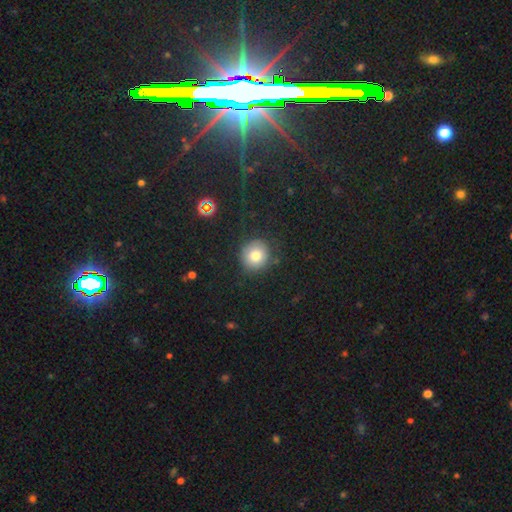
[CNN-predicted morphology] type=smooth (77%); roundness=round (90%); merging=none (83%).